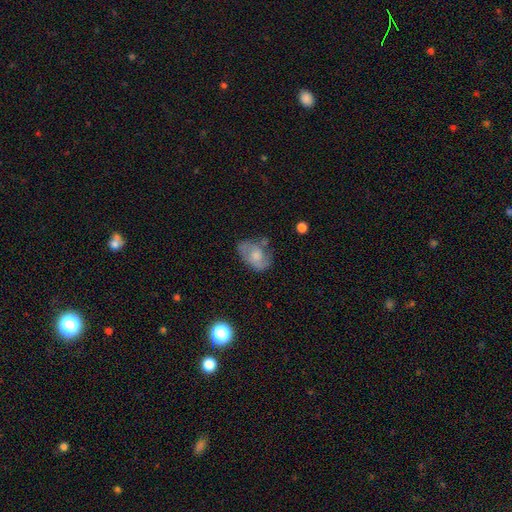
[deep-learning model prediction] Morphology: type=featured or disk (48%); merging=none (52%).